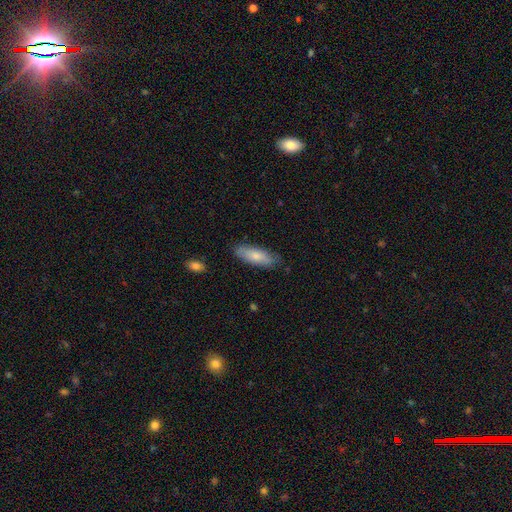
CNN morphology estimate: Smooth or featured? Predicted: smooth (p=0.75). How rounded? Predicted: in between (p=0.61). Merging? Predicted: none (p=0.81).